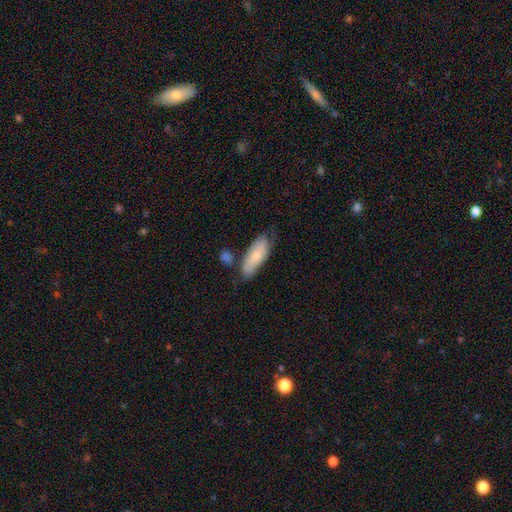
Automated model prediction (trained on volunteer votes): Overall: smooth (73%). How rounded: in between (71%). Merging: none (59%; minor disturbance 25%).